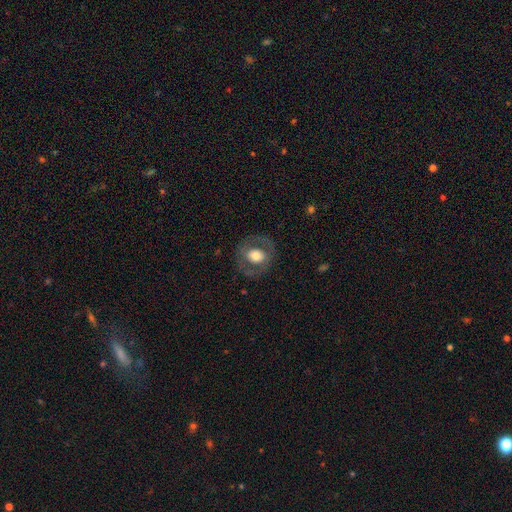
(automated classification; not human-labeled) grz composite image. It shows a smooth galaxy with no disk features (53%) that is round (69%). Merging: none (77%).